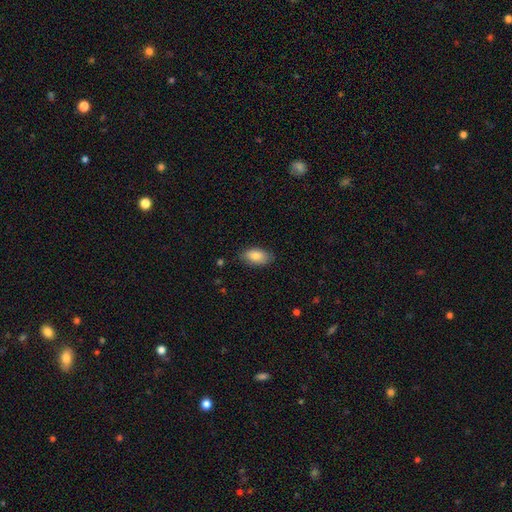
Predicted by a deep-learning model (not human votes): Morphology: type=smooth (85%); roundness=in between (93%); merging=none (82%).